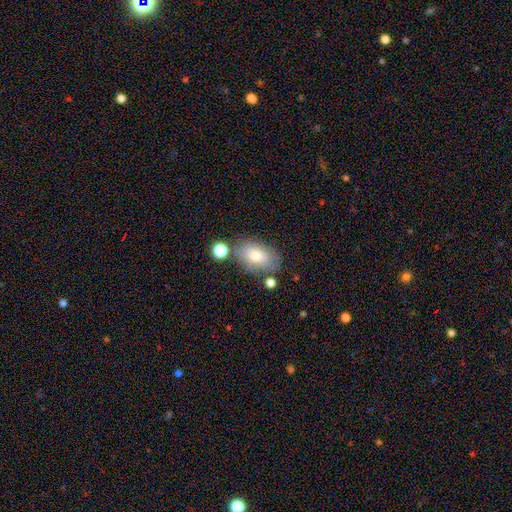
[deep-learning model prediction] The model was most divided on "merging": none: 69%, minor disturbance: 16%, merger: 9%, major disturbance: 5%. More confident: how rounded — in between (87%); smooth or featured — smooth (73%).